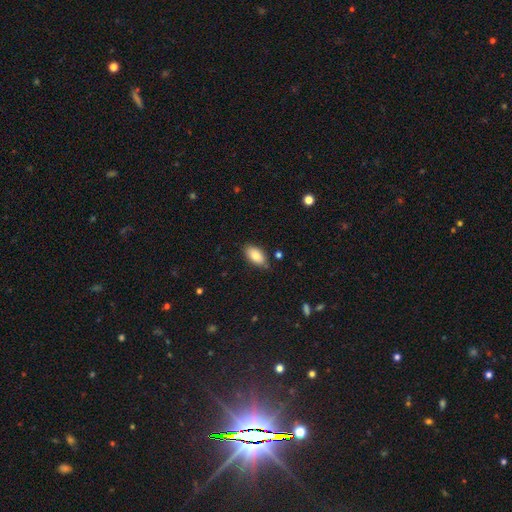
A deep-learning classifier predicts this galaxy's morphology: This is clearly a smooth galaxy (85%). How rounded: clearly in between (93%). Merging: clearly none (81%).